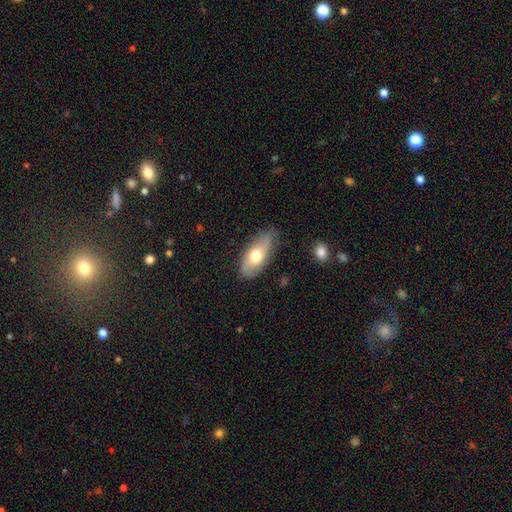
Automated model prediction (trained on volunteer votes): Overall: smooth (59%; featured or disk 35%). How rounded: in between (85%). Merging: none (74%).